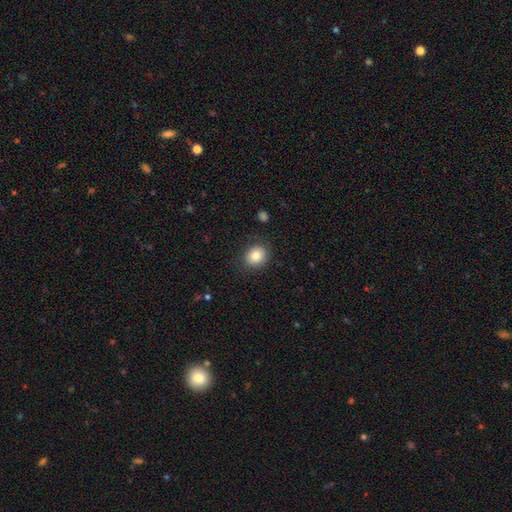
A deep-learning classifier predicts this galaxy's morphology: A smooth galaxy with no disk features (83%) that is round (70%).

Vote fractions:
- Smooth or featured? smooth: 83% / star or artifact: 9% / featured or disk: 8%
- How rounded? round: 70% / in between: 29% / cigar-shaped: 1%
- Merging? none: 85% / minor disturbance: 10% / major disturbance: 3% / merger: 1%